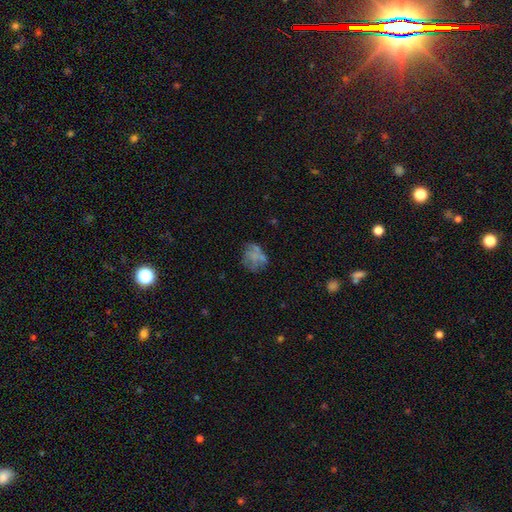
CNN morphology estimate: A smooth galaxy with no disk features (46%).

Vote fractions:
- Smooth or featured? smooth: 46% / featured or disk: 42% / star or artifact: 13%
- Merging? none: 50% / minor disturbance: 22% / major disturbance: 21% / merger: 7%